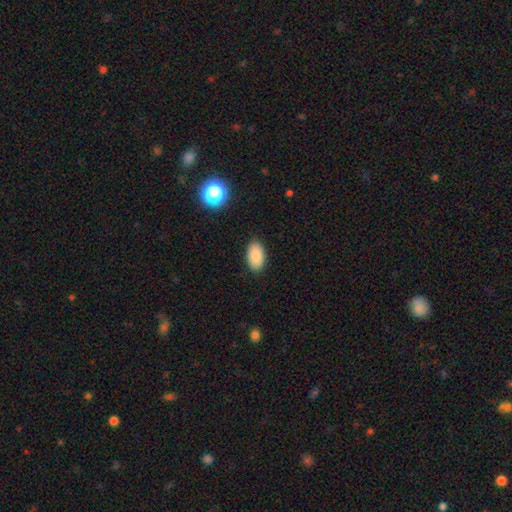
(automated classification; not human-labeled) The model was most divided on "merging": none: 88%, minor disturbance: 9%, major disturbance: 2%, merger: 1%. More confident: how rounded — in between (94%); smooth or featured — smooth (87%).